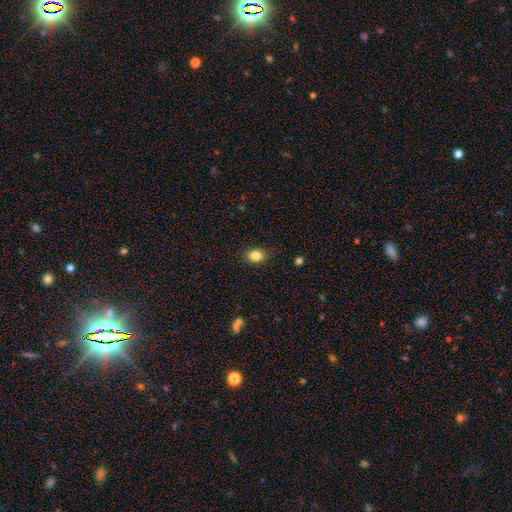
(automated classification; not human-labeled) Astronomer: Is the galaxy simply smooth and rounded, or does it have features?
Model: smooth — 84%.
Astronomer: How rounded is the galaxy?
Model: in between — 71%.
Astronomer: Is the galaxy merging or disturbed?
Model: none — 86%.